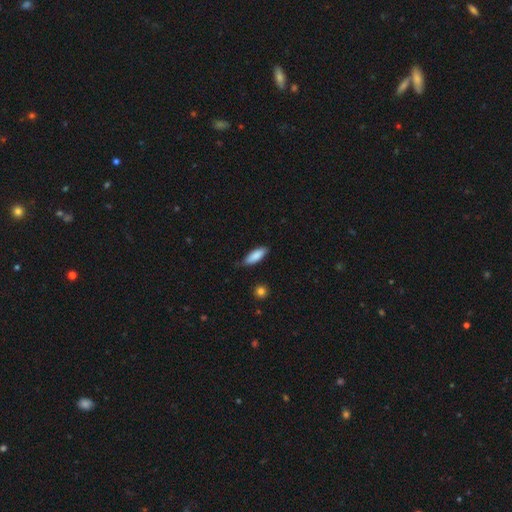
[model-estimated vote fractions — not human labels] smooth 87%, featured or disk 7%, star or artifact 6%. Down the decision tree: how rounded — in between (65%); merging — none (79%).